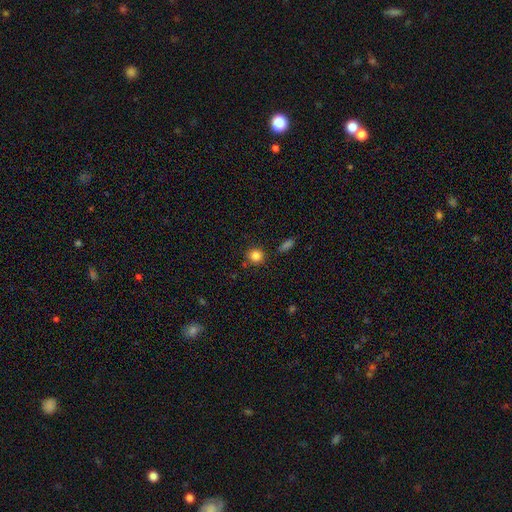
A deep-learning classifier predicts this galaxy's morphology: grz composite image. It shows a smooth galaxy with no disk features (83%) that is round (87%). Merging: none (84%).